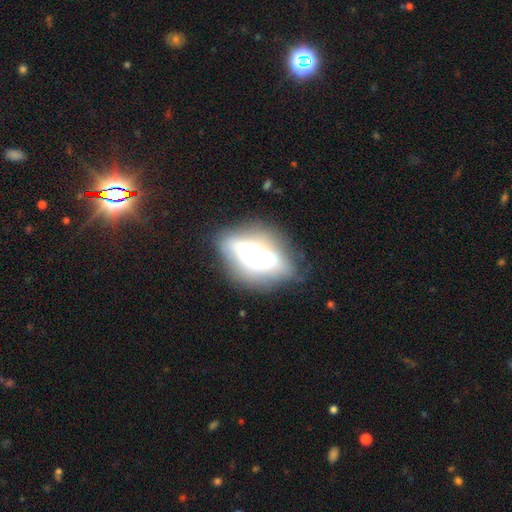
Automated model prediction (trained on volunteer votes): Overall: featured or disk (52%; smooth 35%). Edge-on disk: yes (59%; no 41%). Merging: none (68%).